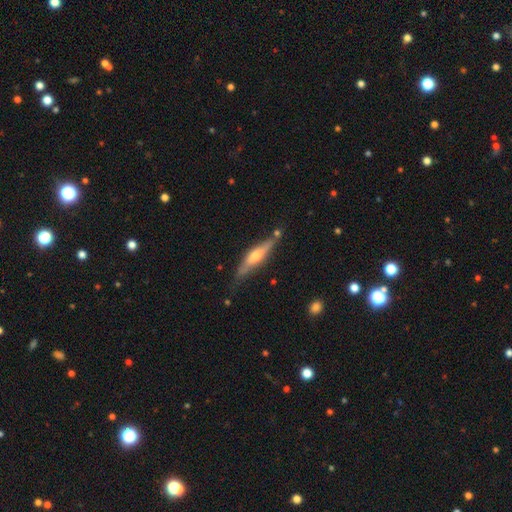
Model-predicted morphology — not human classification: smooth_or_featured: featured or disk (p=0.62) [alt: smooth p=0.32]
disk_edge_on: yes (p=0.91) [alt: no p=0.09]
edge_on_bulge: rounded (p=0.82) [alt: boxy p=0.11]
merging: none (p=0.73) [alt: minor disturbance p=0.18]